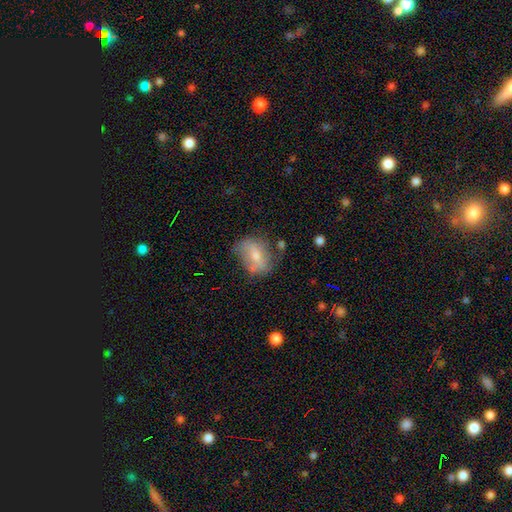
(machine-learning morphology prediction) smooth 54%, featured or disk 38%, star or artifact 8%. Down the decision tree: how rounded — in between (73%); merging — none (51%).